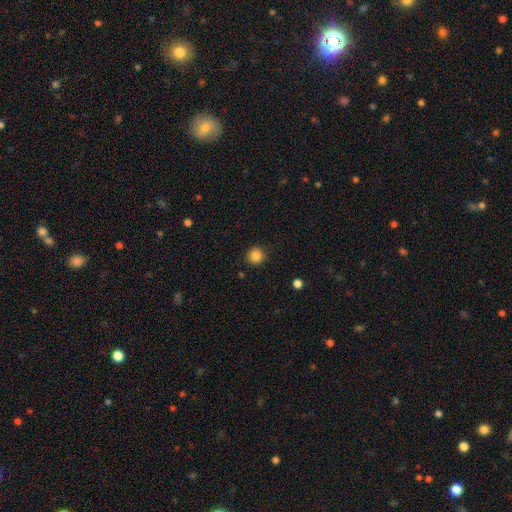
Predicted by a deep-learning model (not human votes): This appears to be a smooth galaxy with no disk features (85%) that is round (94%). Merging: none (91%).